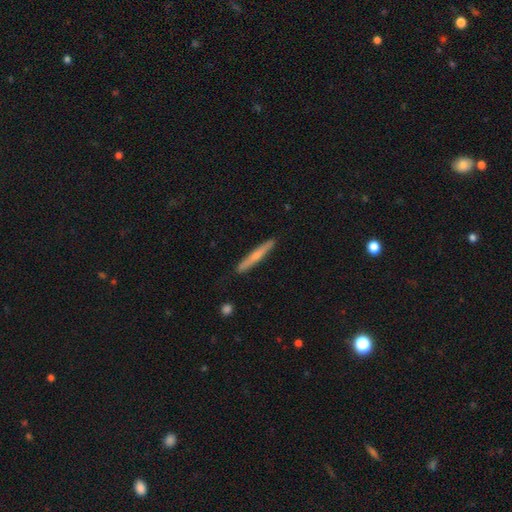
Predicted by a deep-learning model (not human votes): The model was most divided on "smooth or featured": smooth: 48%, featured or disk: 46%, star or artifact: 6%. More confident: merging — none (90%).